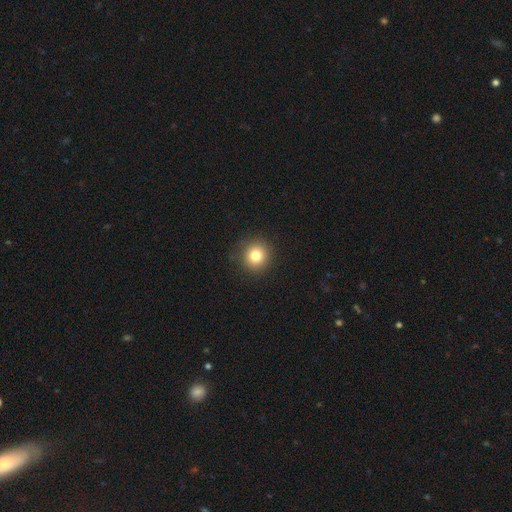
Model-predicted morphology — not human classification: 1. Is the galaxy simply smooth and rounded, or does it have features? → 80% smooth, 12% star or artifact, 8% featured or disk.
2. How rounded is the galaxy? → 92% round, 7% in between, 1% cigar-shaped.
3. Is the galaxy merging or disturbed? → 89% none, 7% minor disturbance, 3% major disturbance, 1% merger.